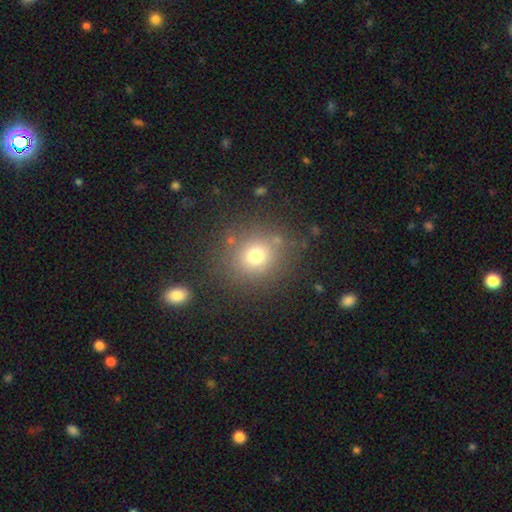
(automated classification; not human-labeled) Morphology: type=smooth (72%); roundness=round (83%); merging=none (80%).